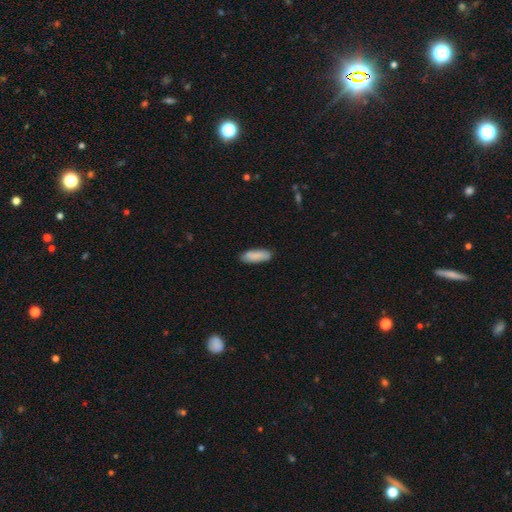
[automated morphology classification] smooth-or-featured: smooth: 87% | featured or disk: 8% | star or artifact: 6%
  how-rounded: in between: 58% | cigar-shaped: 40% | round: 2%
  merging: none: 86% | minor disturbance: 11% | major disturbance: 2% | merger: 1%